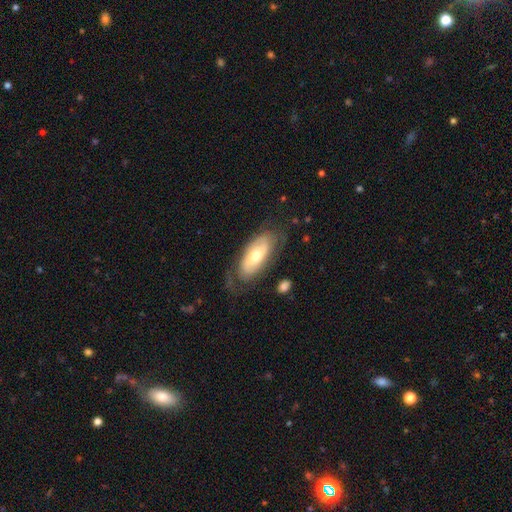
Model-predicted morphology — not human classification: Smooth or featured?
  - featured or disk: 52% *
  - smooth: 42%
  - star or artifact: 6%
Edge-on disk?
  - no: 83% *
  - yes: 17%
Merging?
  - none: 63% *
  - minor disturbance: 22%
  - major disturbance: 13%
  - merger: 2%